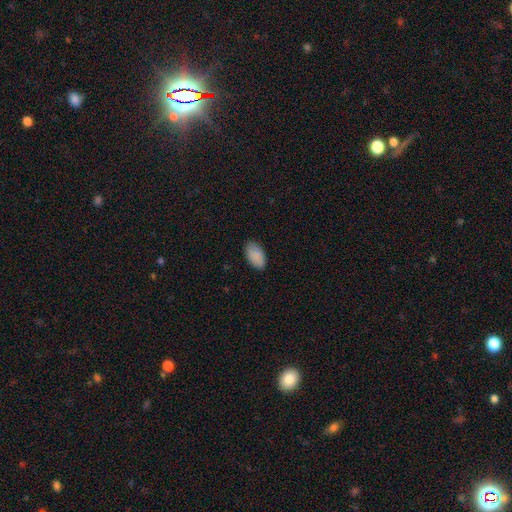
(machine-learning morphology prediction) smooth-or-featured: smooth: 89% | star or artifact: 6% | featured or disk: 5%
  how-rounded: in between: 95% | round: 4% | cigar-shaped: 2%
  merging: none: 86% | minor disturbance: 11% | major disturbance: 2% | merger: 1%